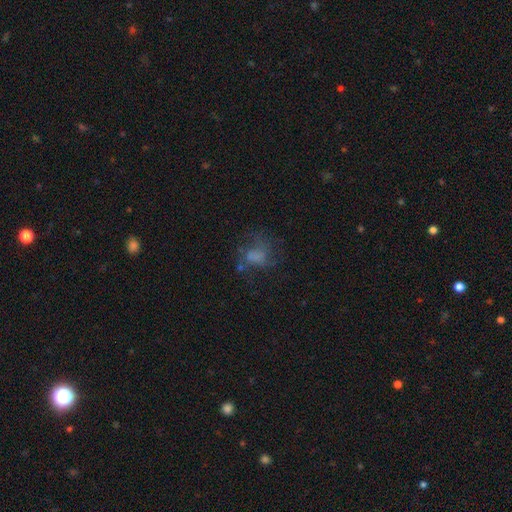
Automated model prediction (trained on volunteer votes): Q: Smooth or featured?
A: smooth (45%); runner-up: featured or disk (37%)
Q: Merging?
A: none (41%); runner-up: major disturbance (35%)